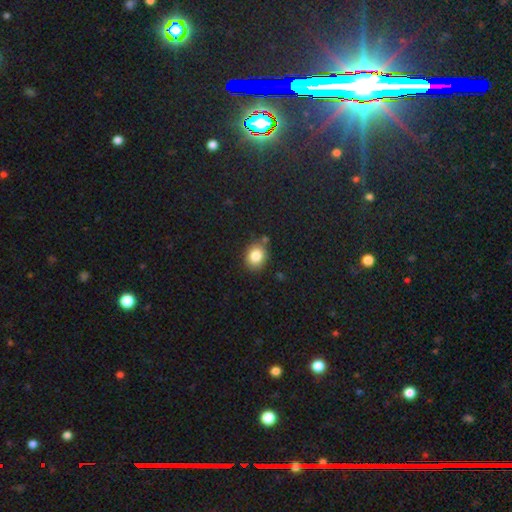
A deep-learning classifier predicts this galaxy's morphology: type=smooth (83%); roundness=round (56%); merging=none (79%).